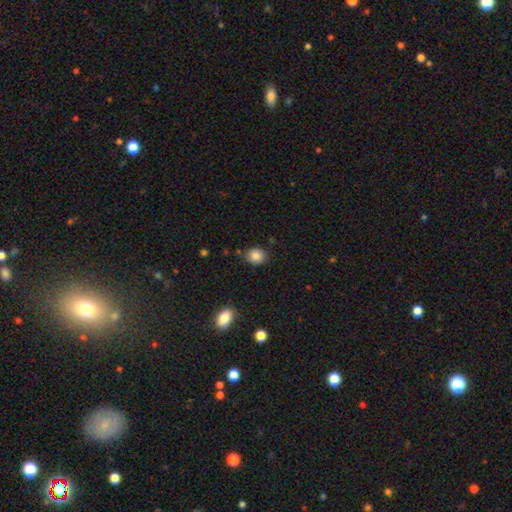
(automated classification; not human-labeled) Smooth or featured? Predicted: smooth (p=0.86). How rounded? Predicted: round (p=0.73). Merging? Predicted: none (p=0.83).